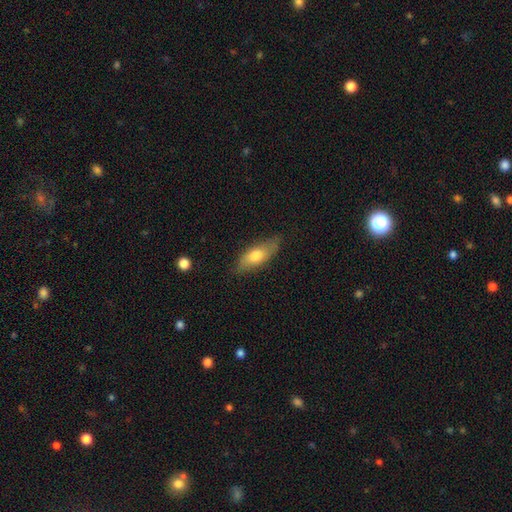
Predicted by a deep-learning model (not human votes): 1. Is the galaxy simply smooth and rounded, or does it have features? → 68% smooth, 25% featured or disk, 6% star or artifact.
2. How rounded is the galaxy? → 67% in between, 30% cigar-shaped, 3% round.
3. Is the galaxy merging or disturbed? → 77% none, 18% minor disturbance, 3% major disturbance, 1% merger.